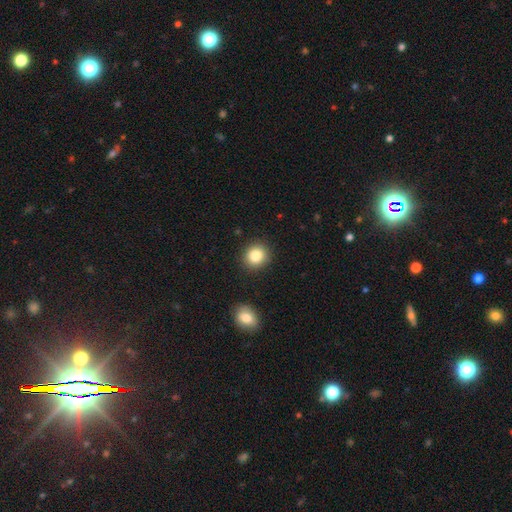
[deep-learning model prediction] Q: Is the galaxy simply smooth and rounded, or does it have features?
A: smooth — 83%.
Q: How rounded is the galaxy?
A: round — 83%.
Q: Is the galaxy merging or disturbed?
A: none — 89%.